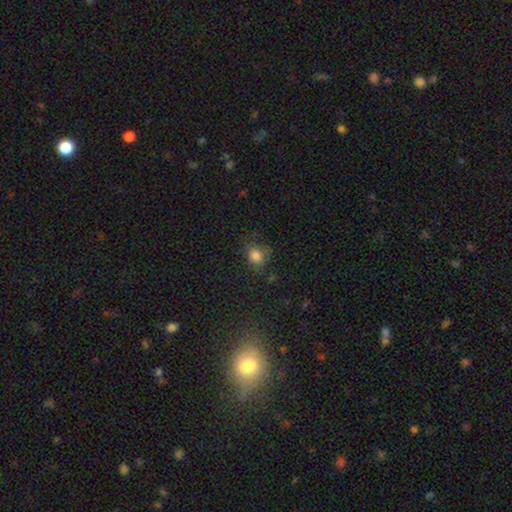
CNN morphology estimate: type=smooth (78%); roundness=round (63%); merging=none (62%).